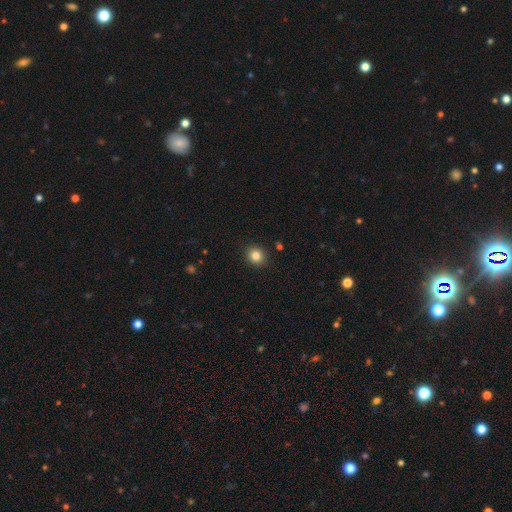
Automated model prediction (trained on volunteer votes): smooth-or-featured: smooth: 84% | star or artifact: 11% | featured or disk: 5%
  how-rounded: round: 87% | in between: 13% | cigar-shaped: 1%
  merging: none: 91% | minor disturbance: 6% | major disturbance: 2% | merger: 1%